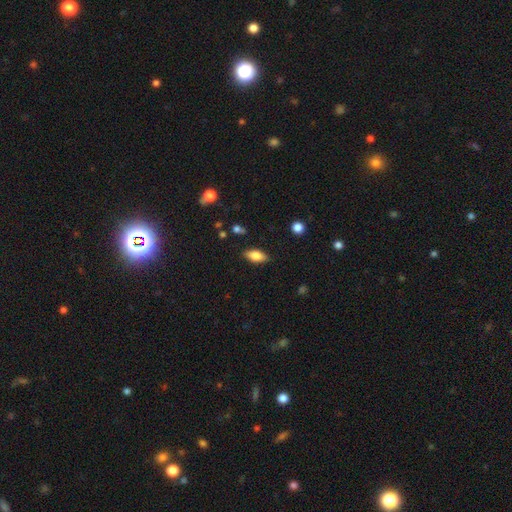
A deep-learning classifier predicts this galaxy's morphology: smooth_or_featured: smooth (p=0.74) [alt: featured or disk p=0.18]
how_rounded: in between (p=0.84) [alt: cigar-shaped p=0.12]
merging: none (p=0.85) [alt: minor disturbance p=0.11]